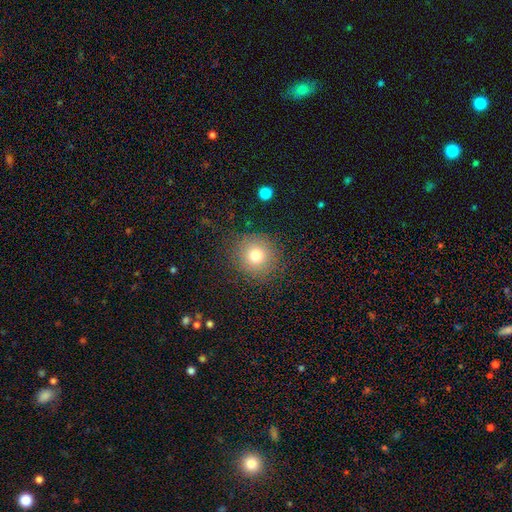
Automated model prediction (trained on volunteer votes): Morphology: type=smooth (76%); roundness=round (92%); merging=none (86%).